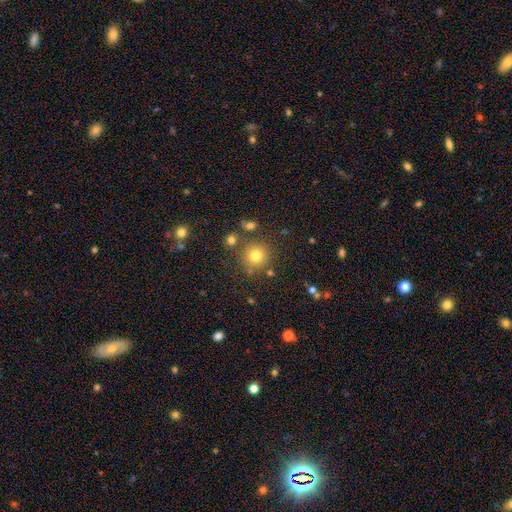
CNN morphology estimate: This appears to be a smooth galaxy with no disk features (76%) that is round (92%). Merging: none (80%).